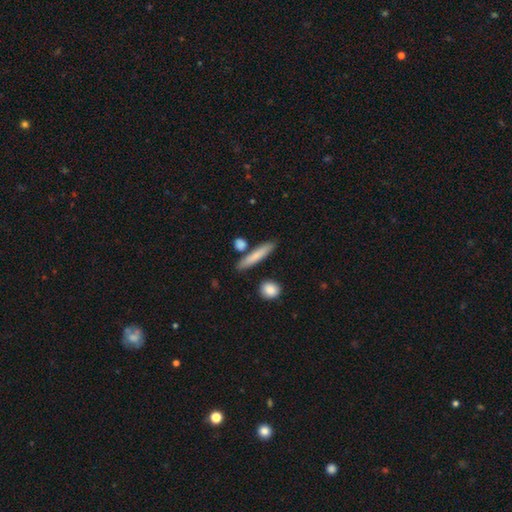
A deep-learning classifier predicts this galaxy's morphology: A smooth galaxy with no disk features (77%) that is cigar-shaped (86%). Merging: none (81%).